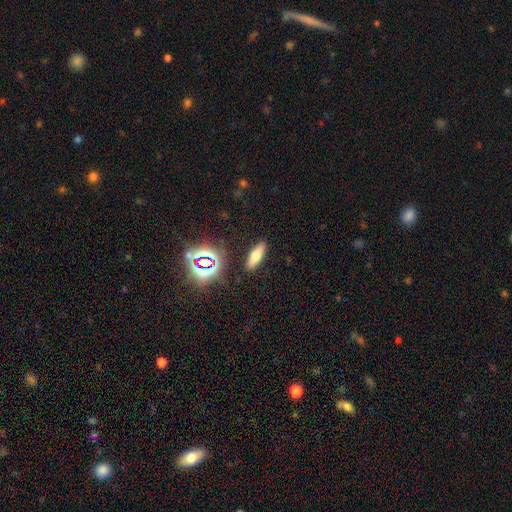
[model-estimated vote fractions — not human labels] Q: Smooth or featured?
A: smooth (58%); runner-up: featured or disk (24%)
Q: How rounded?
A: cigar-shaped (48%); runner-up: in between (46%)
Q: Merging?
A: none (88%); runner-up: minor disturbance (7%)